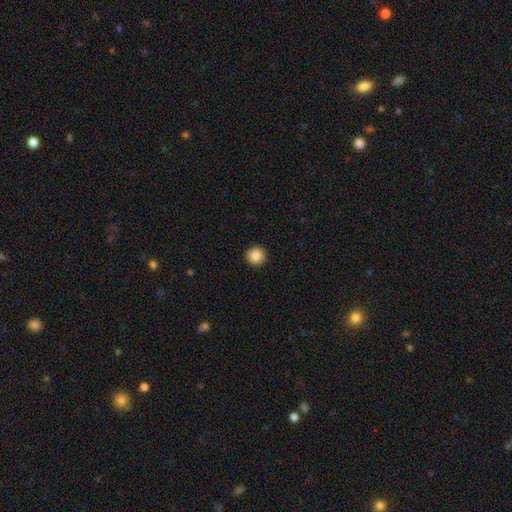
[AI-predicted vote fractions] Smooth or featured? Predicted: smooth (p=0.86). How rounded? Predicted: round (p=0.96). Merging? Predicted: none (p=0.93).